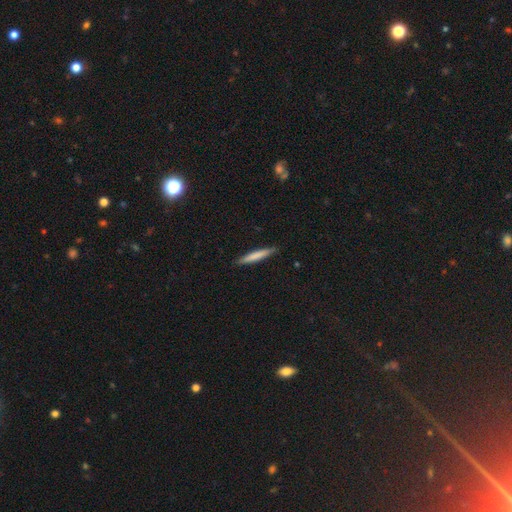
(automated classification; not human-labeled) This is likely a smooth galaxy (74%). How rounded: clearly cigar-shaped (94%). Merging: clearly none (89%).